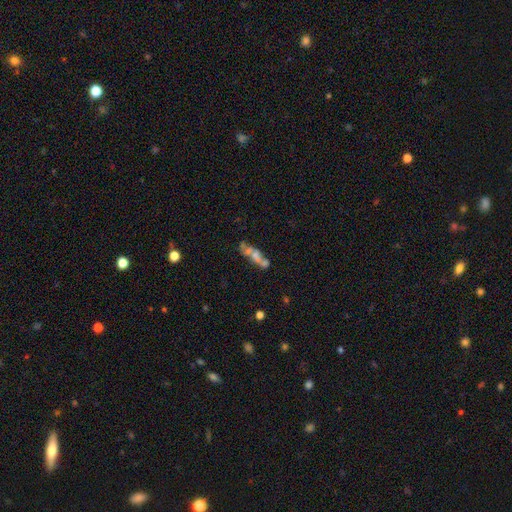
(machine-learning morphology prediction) Smooth or featured? featured or disk (46%)
Merging? merger (42%)